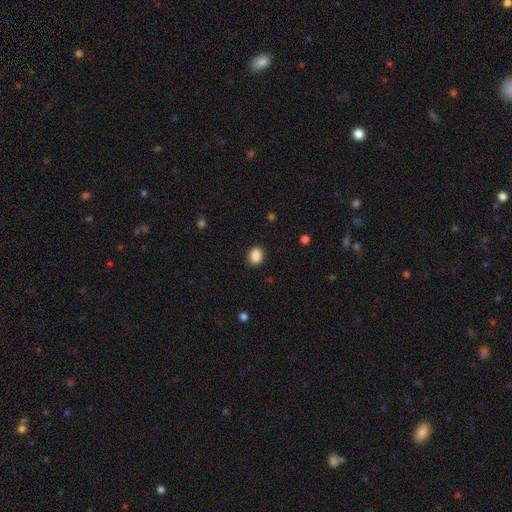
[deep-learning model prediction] A smooth galaxy with no disk features (88%) that is in between round and cigar-shaped (51%). Merging: none (90%).